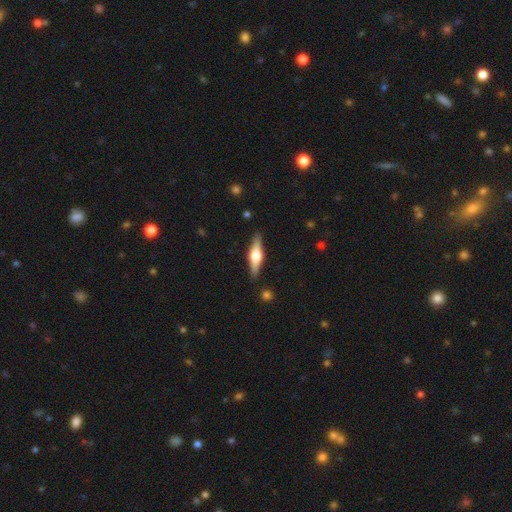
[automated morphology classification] A featured or disk galaxy (69%) viewed edge-on (97%) with a rounded central bulge (92%). Merging: none (89%).